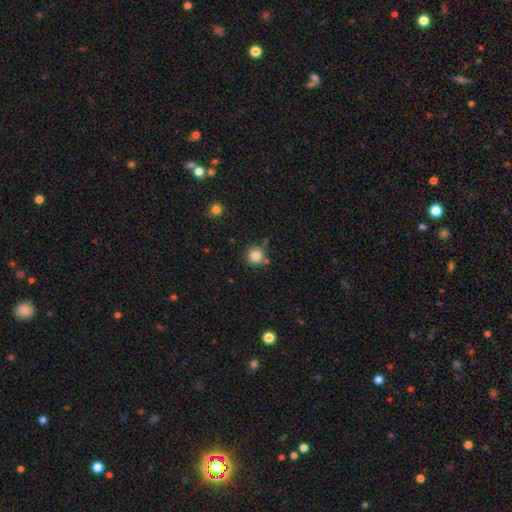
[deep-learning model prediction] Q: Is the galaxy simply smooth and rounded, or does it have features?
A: smooth — 85%.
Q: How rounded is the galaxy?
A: round — 94%.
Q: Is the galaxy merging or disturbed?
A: none — 76%.